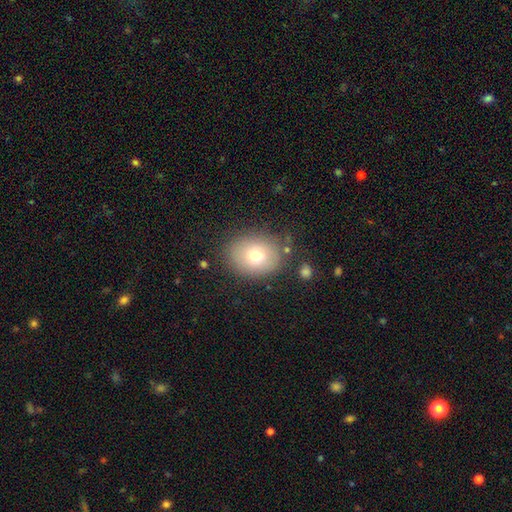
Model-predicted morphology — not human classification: Smooth or featured: smooth — 72% (featured or disk — 16%)
How rounded: round — 57% (in between — 42%)
Merging: none — 81% (minor disturbance — 12%)